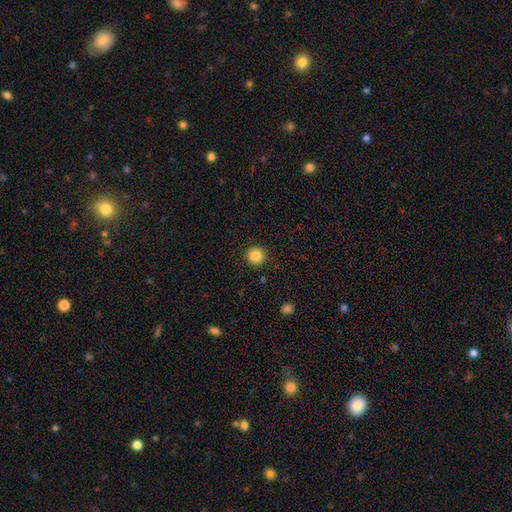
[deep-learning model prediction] Smooth or featured?
  - smooth: 86% *
  - star or artifact: 11%
  - featured or disk: 4%
How rounded?
  - round: 95% *
  - in between: 4%
  - cigar-shaped: 1%
Merging?
  - none: 92% *
  - minor disturbance: 5%
  - major disturbance: 2%
  - merger: 1%